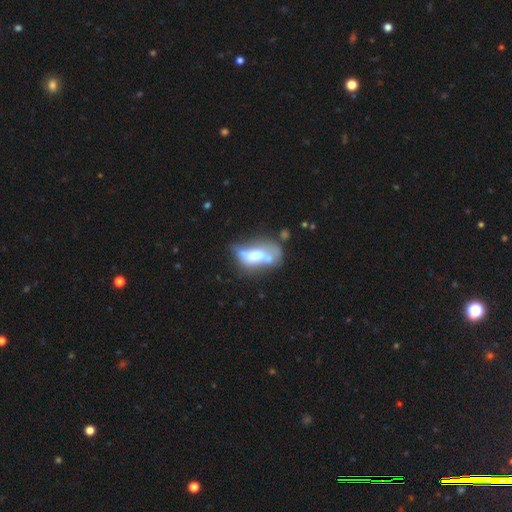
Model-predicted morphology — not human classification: A featured or disk galaxy (45%, tied with smooth).

Vote fractions:
- Smooth or featured? featured or disk: 45% (tied) / smooth: 45% (tied) / star or artifact: 10%
- Merging? merger: 35% / major disturbance: 23% / none: 23% / minor disturbance: 19%